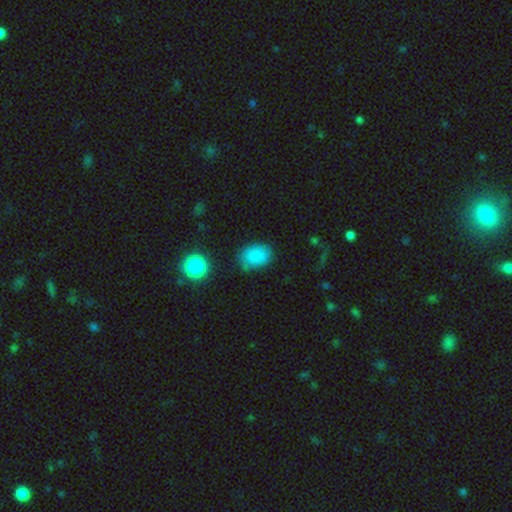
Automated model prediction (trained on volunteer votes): Smooth or featured?
  - smooth: 83% *
  - star or artifact: 11%
  - featured or disk: 6%
How rounded?
  - in between: 71% *
  - round: 28%
  - cigar-shaped: 1%
Merging?
  - none: 69% *
  - minor disturbance: 22%
  - major disturbance: 6%
  - merger: 4%